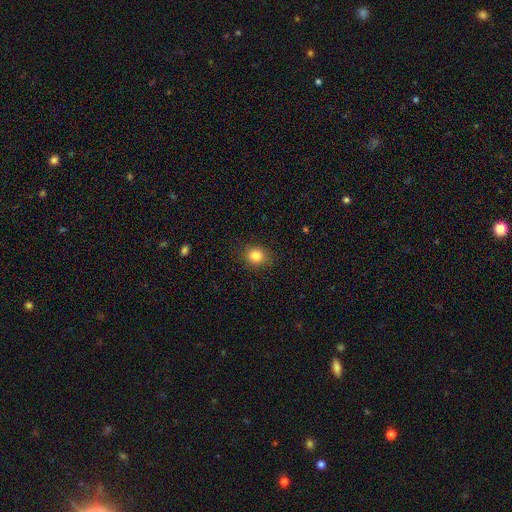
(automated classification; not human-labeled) Q: Smooth or featured?
A: smooth (84%); runner-up: star or artifact (11%)
Q: How rounded?
A: round (72%); runner-up: in between (27%)
Q: Merging?
A: none (87%); runner-up: minor disturbance (9%)